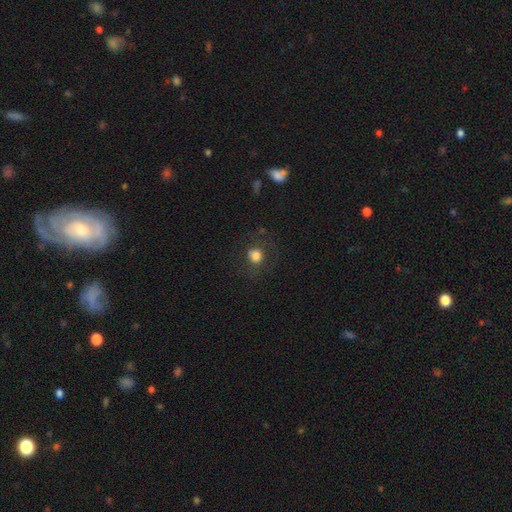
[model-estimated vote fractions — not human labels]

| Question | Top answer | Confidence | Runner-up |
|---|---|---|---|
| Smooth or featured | smooth | 75% | star or artifact (12%) |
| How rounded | round | 80% | in between (19%) |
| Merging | none | 71% | minor disturbance (15%) |